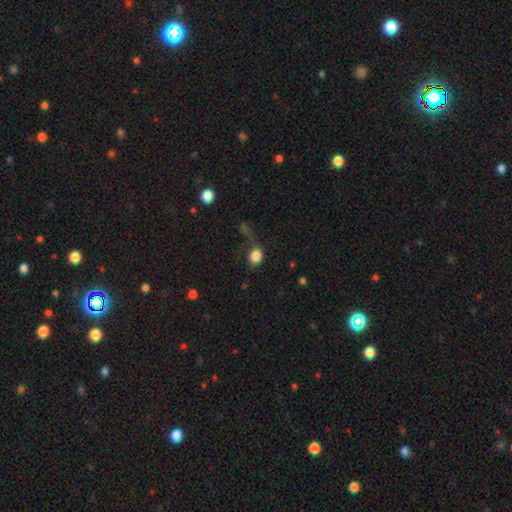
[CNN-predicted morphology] This appears to be a smooth galaxy with no disk features (83%) that is in between round and cigar-shaped (51%). Merging: none (37%).